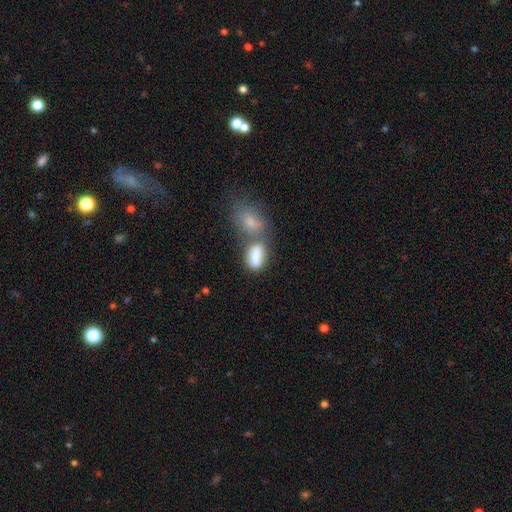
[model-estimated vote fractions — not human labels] Smooth or featured? Predicted: smooth (p=0.84). How rounded? Predicted: in between (p=0.88). Merging? Predicted: merger (p=0.46).